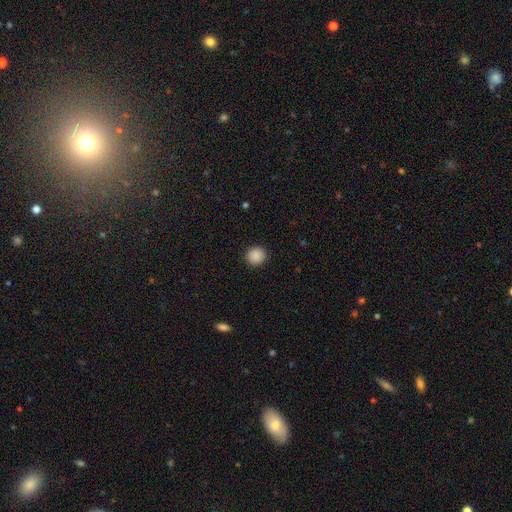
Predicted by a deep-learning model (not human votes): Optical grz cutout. It shows a smooth galaxy with no disk features (89%) that is round (92%). Merging: none (91%).